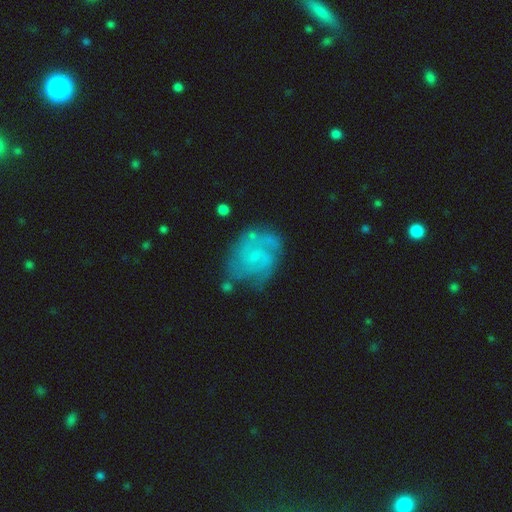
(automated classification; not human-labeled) A featured or disk galaxy (75%) with no bar (64%), 2 (33%) tight (45%) spiral arms (88%) and a small central bulge (65%).

Vote fractions:
- Smooth or featured? featured or disk: 75% / smooth: 18% / star or artifact: 7%
- Edge-on disk? no: 98% / yes: 2%
- Bar? no: 64% / weak: 32% / strong: 4%
- Spiral arms? yes: 88% / no: 12%
- Spiral winding? tight: 45% / medium: 40% / loose: 15%
- Spiral arm count? 2: 33% / can't tell: 31% / 3: 20% / 1: 6% / 4: 6% / more than 4: 5%
- Bulge size? small: 65% / none: 22% / moderate: 11% / large: 1% / dominant: 1%
- Merging? none: 60% / minor disturbance: 23% / major disturbance: 13% / merger: 5%